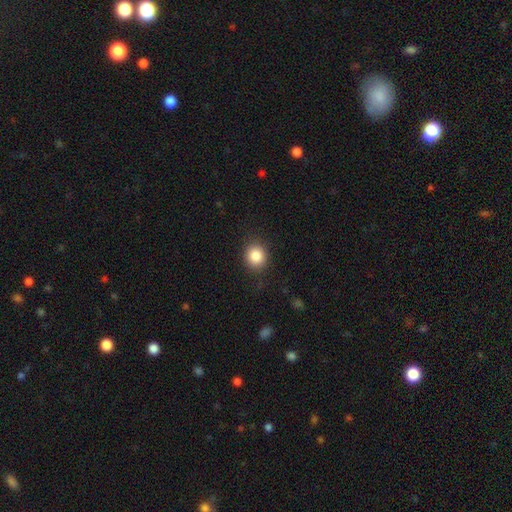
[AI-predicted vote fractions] The model was most divided on "how rounded": round: 74%, in between: 25%, cigar-shaped: 1%. More confident: merging — none (87%); smooth or featured — smooth (85%).